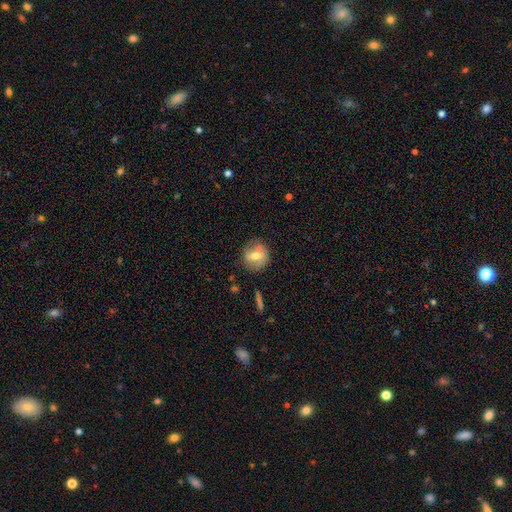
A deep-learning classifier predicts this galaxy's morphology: A smooth galaxy with no disk features (50%). Merging: none (71%).